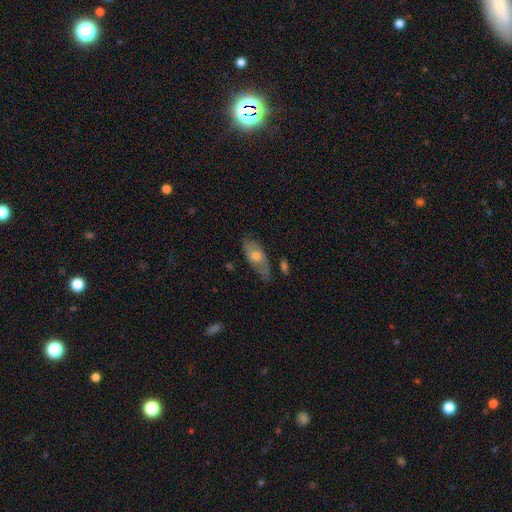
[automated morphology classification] This is possibly a featured or disk galaxy (48%). Merging: likely none (69%).